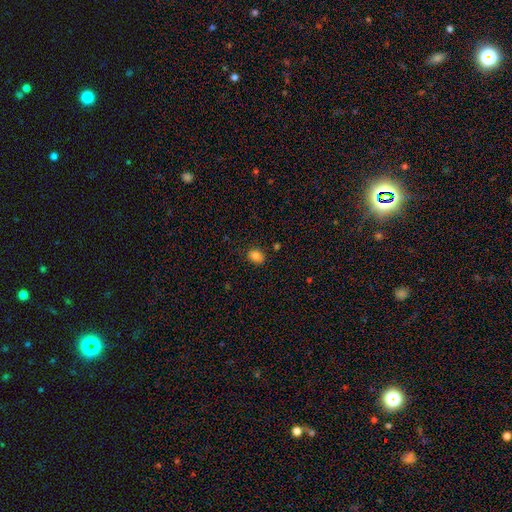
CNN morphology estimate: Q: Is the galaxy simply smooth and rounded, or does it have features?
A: smooth — 83%.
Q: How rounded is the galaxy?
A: in between — 61%.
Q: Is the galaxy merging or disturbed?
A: none — 83%.